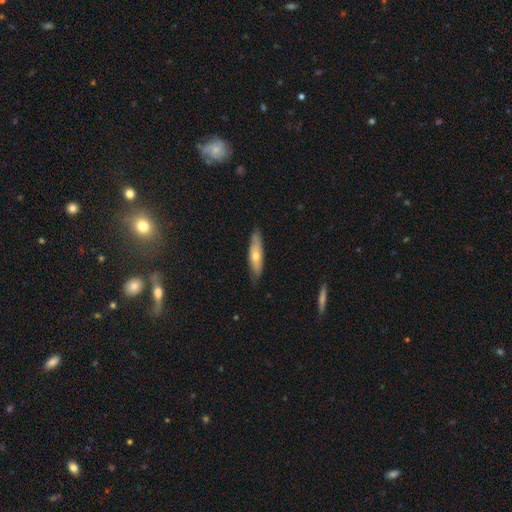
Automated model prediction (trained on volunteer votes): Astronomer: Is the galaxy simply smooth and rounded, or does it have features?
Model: smooth — 50% (runner-up: featured or disk, 43%).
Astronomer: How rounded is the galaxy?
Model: cigar-shaped — 70%.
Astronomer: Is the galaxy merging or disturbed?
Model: none — 81%.